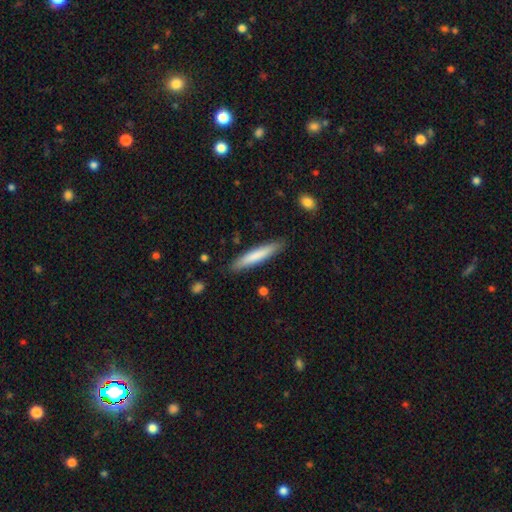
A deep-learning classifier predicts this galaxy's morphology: Smooth or featured?
  - smooth: 76% *
  - featured or disk: 19%
  - star or artifact: 5%
How rounded?
  - cigar-shaped: 92% *
  - in between: 7%
  - round: 1%
Merging?
  - none: 88% *
  - minor disturbance: 9%
  - major disturbance: 2%
  - merger: 1%